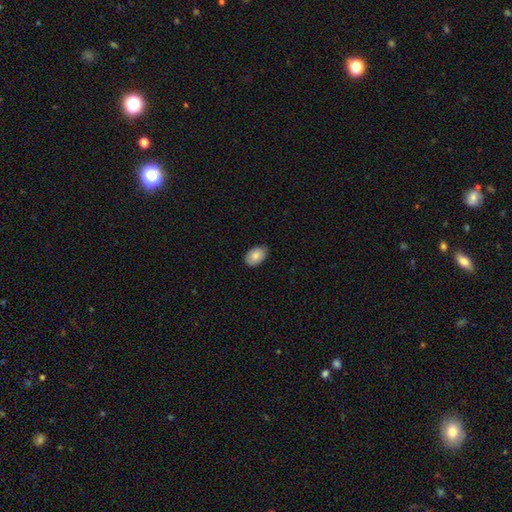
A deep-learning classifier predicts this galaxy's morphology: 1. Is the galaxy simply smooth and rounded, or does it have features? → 84% smooth, 9% featured or disk, 7% star or artifact.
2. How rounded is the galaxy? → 89% in between, 10% round, 1% cigar-shaped.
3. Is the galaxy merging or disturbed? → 83% none, 14% minor disturbance, 2% major disturbance, 1% merger.